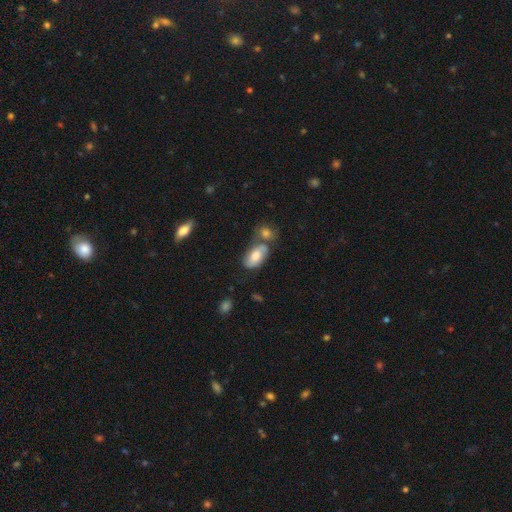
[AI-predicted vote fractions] The model was most divided on "merging": none: 43%, merger: 31%, minor disturbance: 18%, major disturbance: 8%. More confident: how rounded — in between (93%); smooth or featured — smooth (62%).